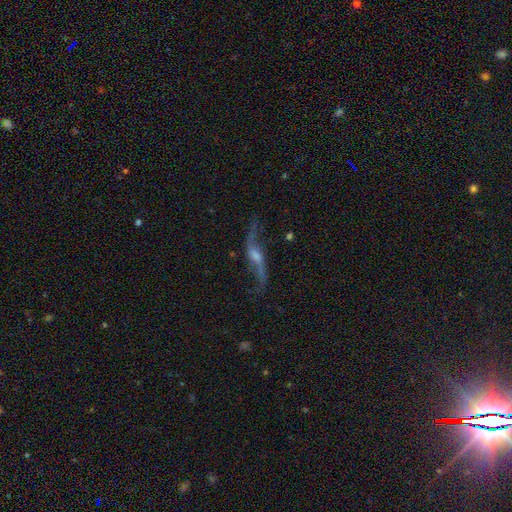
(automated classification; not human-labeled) Overall: featured or disk (85%). Edge-on disk: no (73%). Bar: no (45%; weak 38%). Spiral arms: yes (94%). Spiral arm count: 2 (93%). Spiral winding: loose (91%). Bulge size: moderate (46%; small 37%). Merging: none (75%).